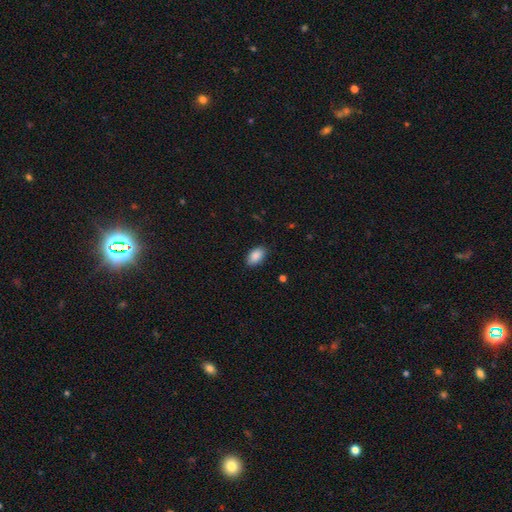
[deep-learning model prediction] Overall: smooth (89%). How rounded: in between (93%). Merging: none (86%).